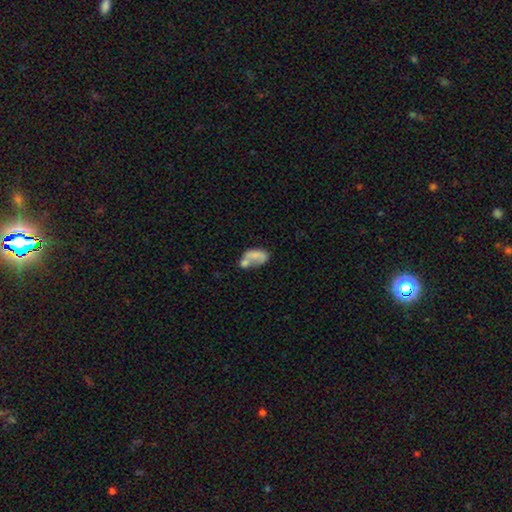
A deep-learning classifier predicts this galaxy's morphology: smooth-or-featured: smooth: 63% | featured or disk: 27% | star or artifact: 10%
  how-rounded: in between: 88% | round: 10% | cigar-shaped: 3%
  merging: merger: 45% | none: 21% | major disturbance: 20% | minor disturbance: 15%